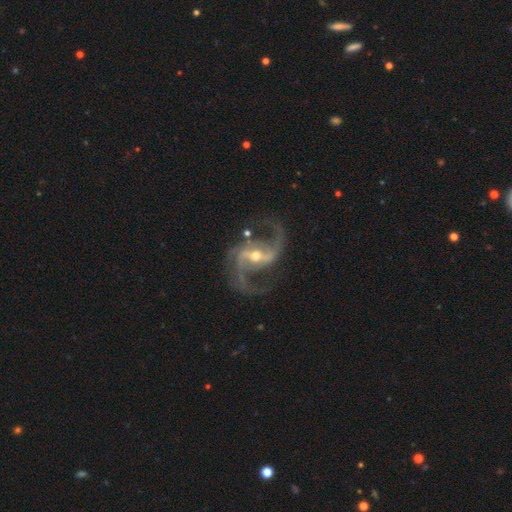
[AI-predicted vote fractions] smooth-or-featured: featured or disk: 93% | star or artifact: 5% | smooth: 2%
  disk-edge-on: no: 98% | yes: 2%
    bar: strong: 49% | weak: 35% | no: 16%
    has-spiral-arms: yes: 98% | no: 2%
      spiral-winding: medium: 47% | loose: 44% | tight: 8%
      spiral-arm-count: 2: 87% | 3: 6% | can't tell: 2% | 1: 2% | 4: 2% | more than 4: 2%
    bulge-size: moderate: 50% | small: 46% | large: 2% | none: 1% | dominant: 1%
  merging: none: 74% | minor disturbance: 14% | major disturbance: 9% | merger: 2%